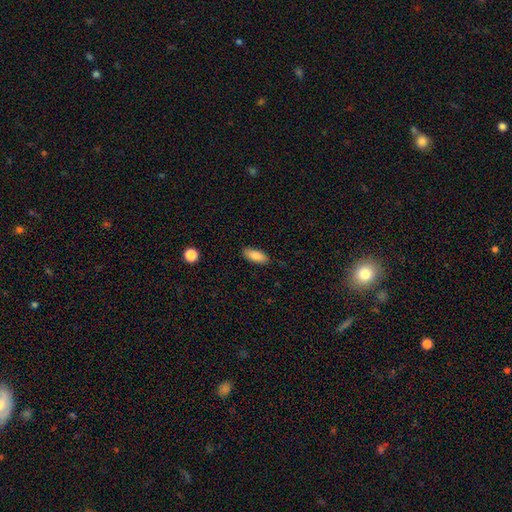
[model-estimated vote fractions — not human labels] This appears to be a smooth galaxy with no disk features (85%) that is in between round and cigar-shaped (80%). Merging: none (86%).